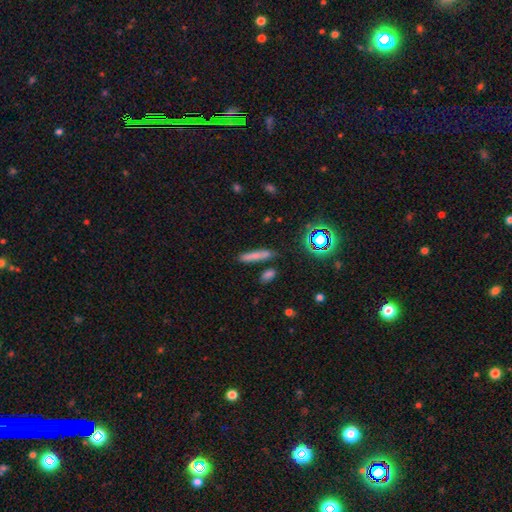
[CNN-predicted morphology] smooth_or_featured: smooth (p=0.72) [alt: star or artifact p=0.15]
how_rounded: cigar-shaped (p=0.86) [alt: in between p=0.11]
merging: none (p=0.78) [alt: minor disturbance p=0.11]